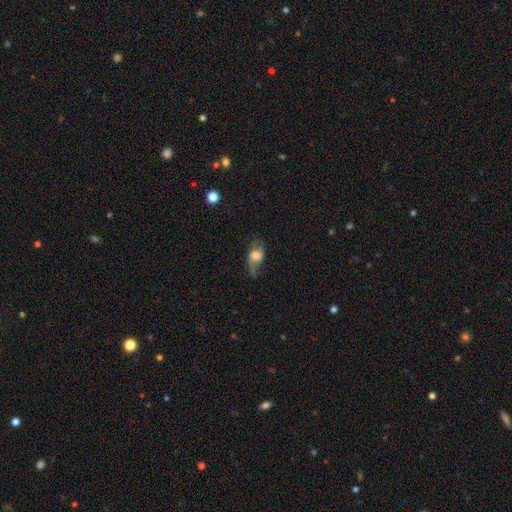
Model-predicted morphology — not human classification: The model was most divided on "smooth or featured": featured or disk: 50%, smooth: 40%, star or artifact: 10%. Remaining: edge-on disk — no (92%); merging — none (47%).